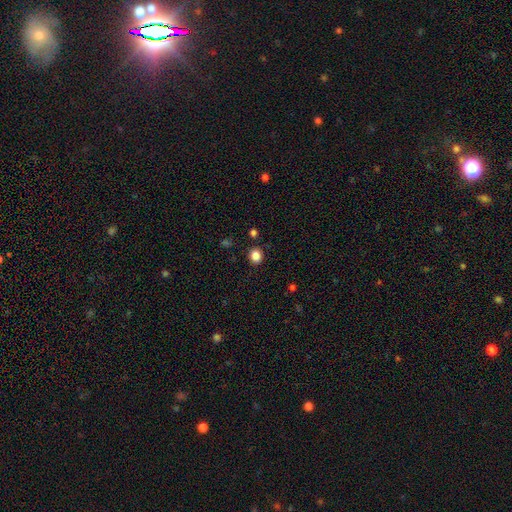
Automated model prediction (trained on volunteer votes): This appears to be a smooth galaxy with no disk features (85%) that is round (78%). Merging: none (89%).